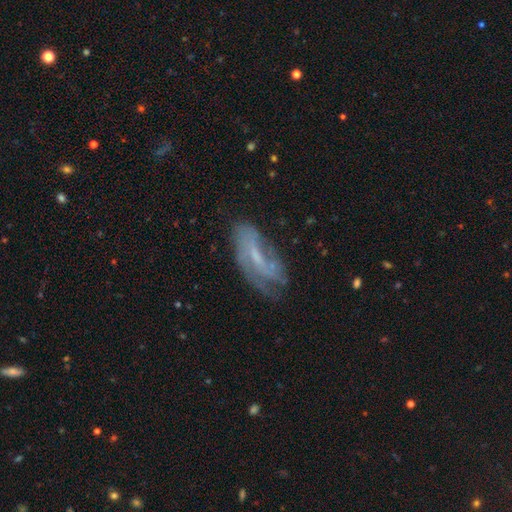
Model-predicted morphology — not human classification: Smooth or featured: featured or disk — 66% (smooth — 24%)
Edge-on disk: no — 88% (yes — 12%)
Bar: weak — 45% (no — 34%)
Spiral arms: yes — 80% (no — 20%)
Bulge size: small — 49% (none — 27%)
Merging: none — 54% (minor disturbance — 26%)